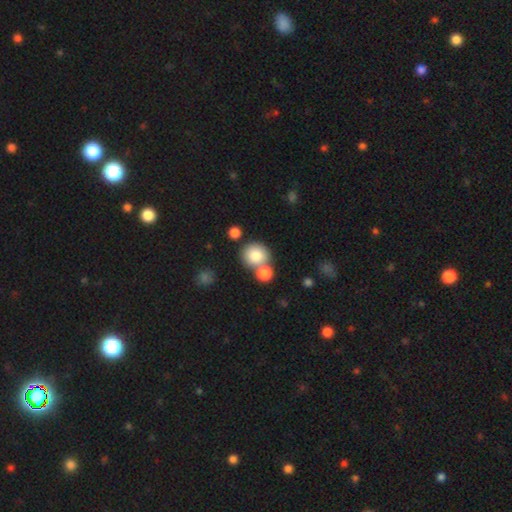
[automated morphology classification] This is clearly a smooth galaxy (82%). How rounded: clearly round (85%). Merging: possibly none (56%).